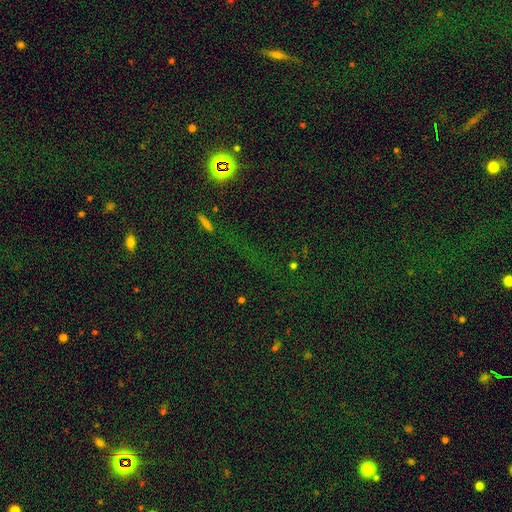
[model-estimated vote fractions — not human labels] smooth_or_featured: star or artifact (p=0.79) [alt: smooth p=0.14]